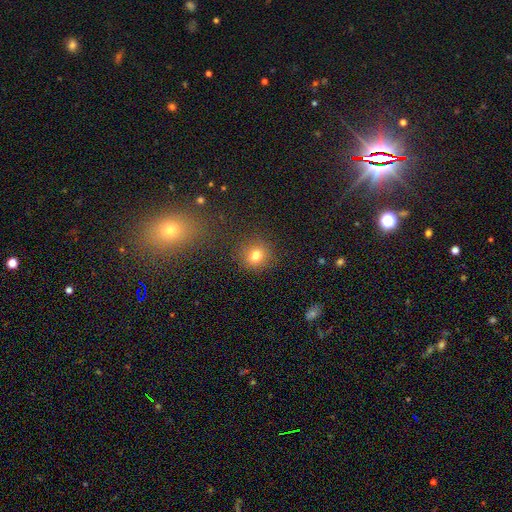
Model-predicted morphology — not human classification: smooth_or_featured: smooth (p=0.78) [alt: star or artifact p=0.15]
how_rounded: round (p=0.82) [alt: in between p=0.17]
merging: none (p=0.86) [alt: minor disturbance p=0.08]